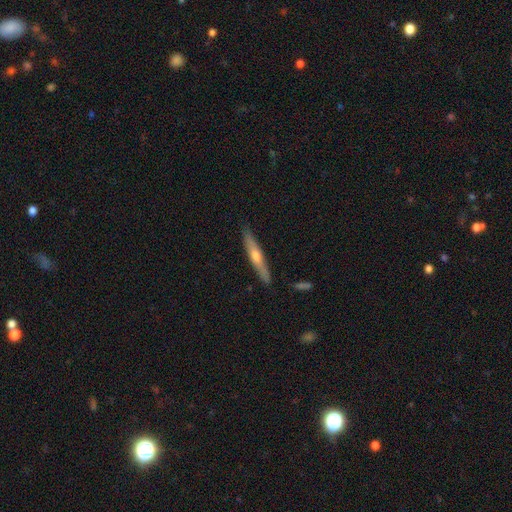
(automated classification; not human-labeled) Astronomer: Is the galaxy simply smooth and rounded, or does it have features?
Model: featured or disk — 58% (runner-up: smooth, 36%).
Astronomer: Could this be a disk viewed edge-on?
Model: yes — 95%.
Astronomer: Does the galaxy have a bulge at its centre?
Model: rounded — 85%.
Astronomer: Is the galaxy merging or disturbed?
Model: none — 89%.